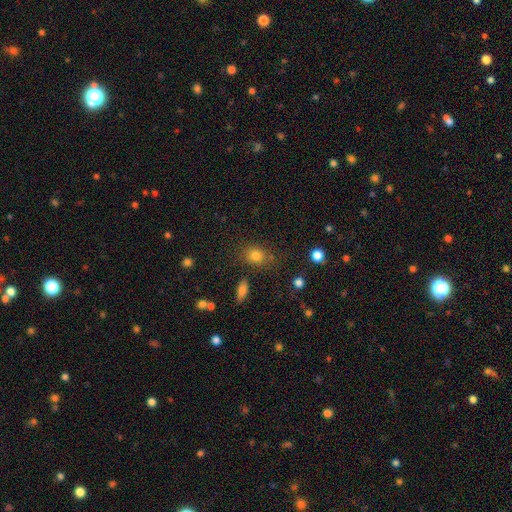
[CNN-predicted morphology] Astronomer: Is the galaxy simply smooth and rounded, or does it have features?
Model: smooth — 79%.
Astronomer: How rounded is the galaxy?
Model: round — 56% (runner-up: in between, 42%).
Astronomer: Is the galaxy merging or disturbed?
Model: none — 74%.